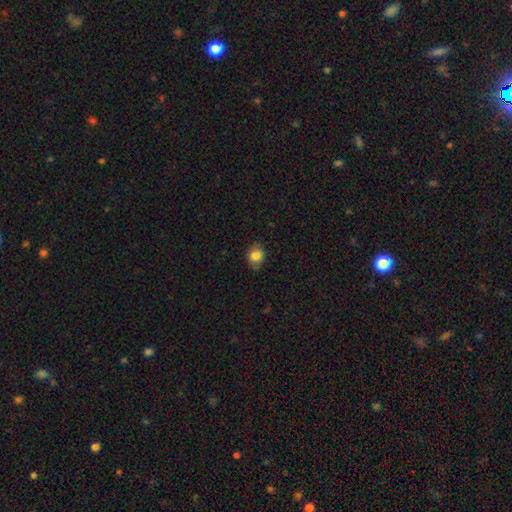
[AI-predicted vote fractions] Overall: smooth (83%). How rounded: round (63%; in between 36%). Merging: none (81%).